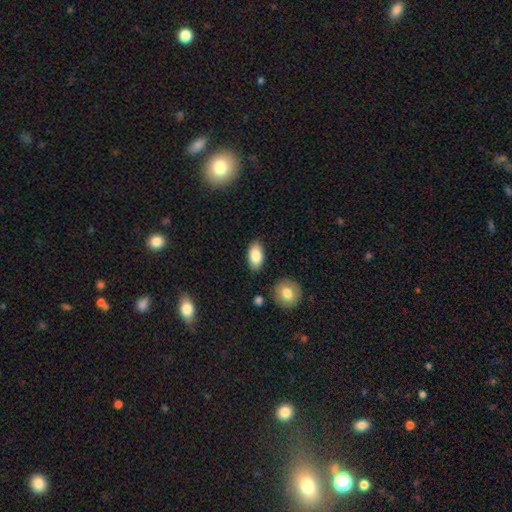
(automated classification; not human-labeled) Q: Smooth or featured?
A: smooth (84%); runner-up: featured or disk (9%)
Q: How rounded?
A: in between (92%); runner-up: round (4%)
Q: Merging?
A: none (85%); runner-up: minor disturbance (10%)